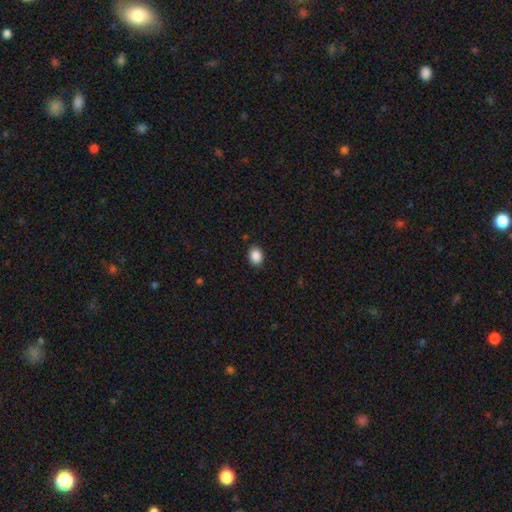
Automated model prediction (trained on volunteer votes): This is clearly a smooth galaxy (88%). How rounded: possibly in between (54%). Merging: clearly none (88%).